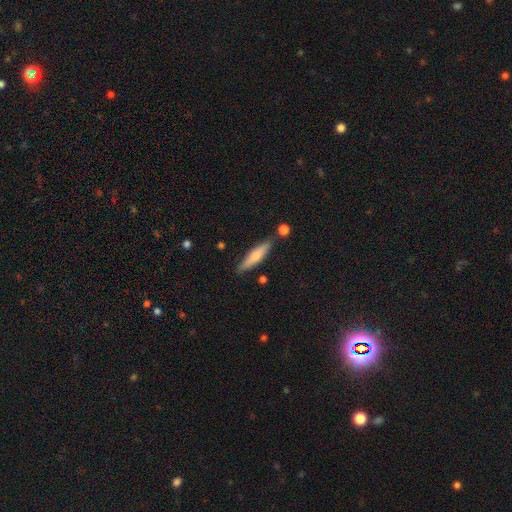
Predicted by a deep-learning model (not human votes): A smooth galaxy with no disk features (65%) that is cigar-shaped (81%).

Vote fractions:
- Smooth or featured? smooth: 65% / featured or disk: 29% / star or artifact: 6%
- How rounded? cigar-shaped: 81% / in between: 18% / round: 2%
- Merging? none: 81% / minor disturbance: 12% / merger: 5% / major disturbance: 2%